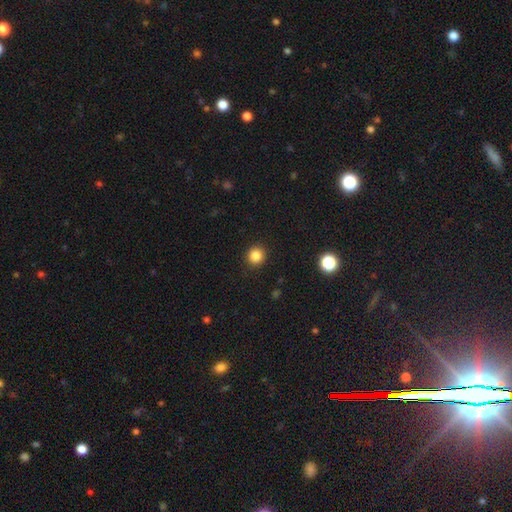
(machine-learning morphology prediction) The model was most divided on "smooth or featured": smooth: 85%, star or artifact: 12%, featured or disk: 4%. More confident: merging — none (91%); how rounded — round (91%).